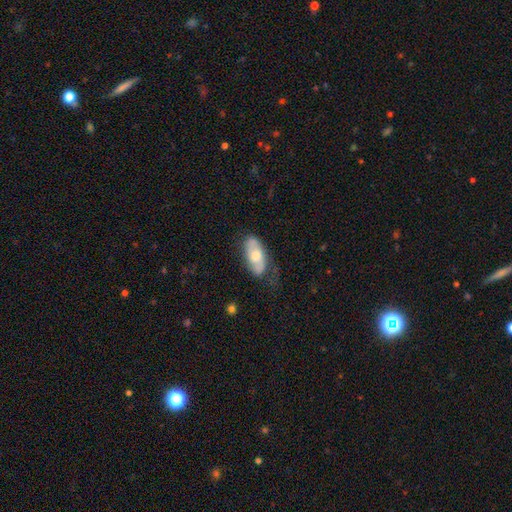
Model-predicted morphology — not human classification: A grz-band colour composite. It shows a smooth galaxy with no disk features (57%) that is in between round and cigar-shaped (87%). Merging: none (64%).